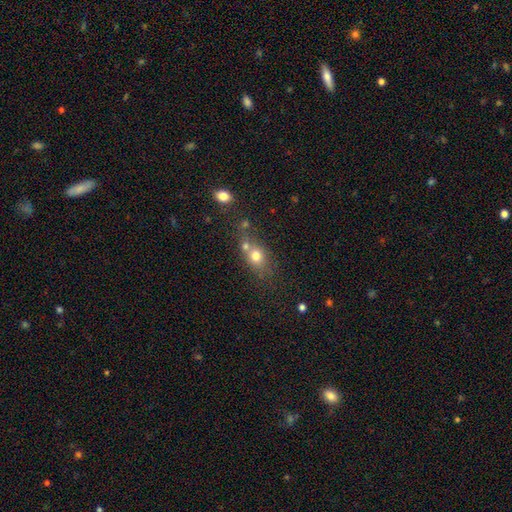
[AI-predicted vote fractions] The model was most divided on "merging": none: 42%, merger: 40%, minor disturbance: 12%, major disturbance: 6%. More confident: smooth or featured — smooth (72%); how rounded — round (52%).